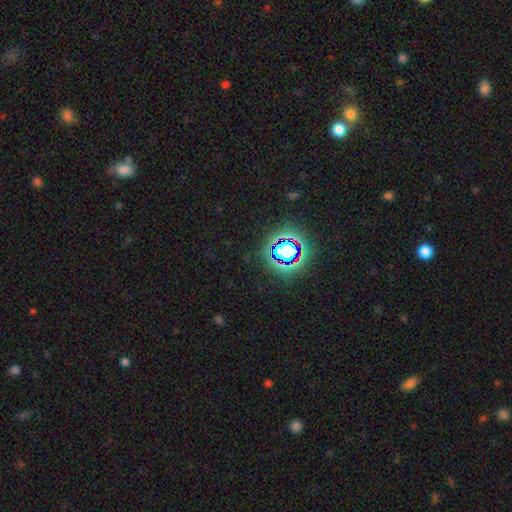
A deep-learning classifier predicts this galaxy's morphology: This appears to be a star or artifact, not a galaxy (77%).